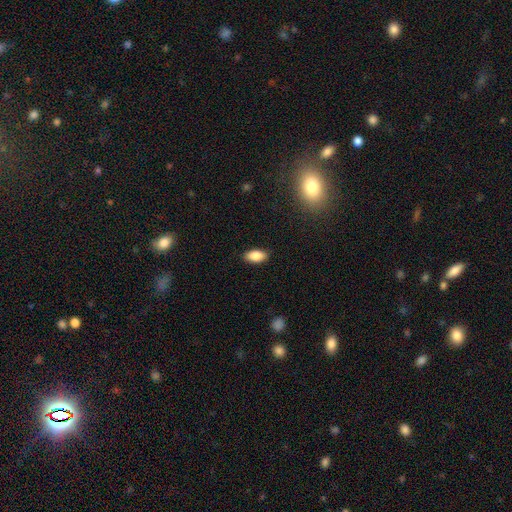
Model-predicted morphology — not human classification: Overall: smooth (86%). How rounded: in between (92%). Merging: none (88%).